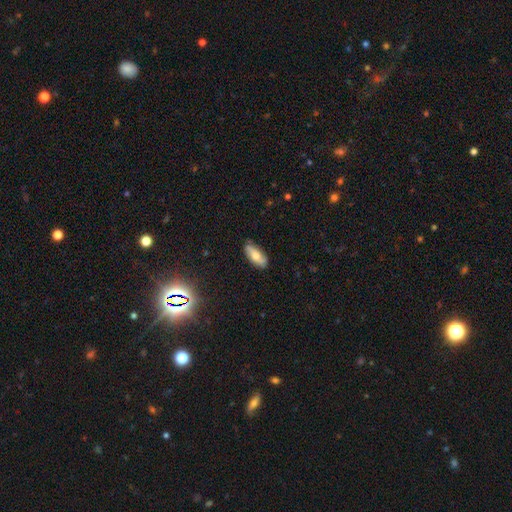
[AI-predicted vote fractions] A smooth galaxy with no disk features (64%) that is in between round and cigar-shaped (78%).

Vote fractions:
- Smooth or featured? smooth: 64% / featured or disk: 28% / star or artifact: 8%
- How rounded? in between: 78% / cigar-shaped: 20% / round: 3%
- Merging? none: 80% / minor disturbance: 16% / major disturbance: 3% / merger: 1%